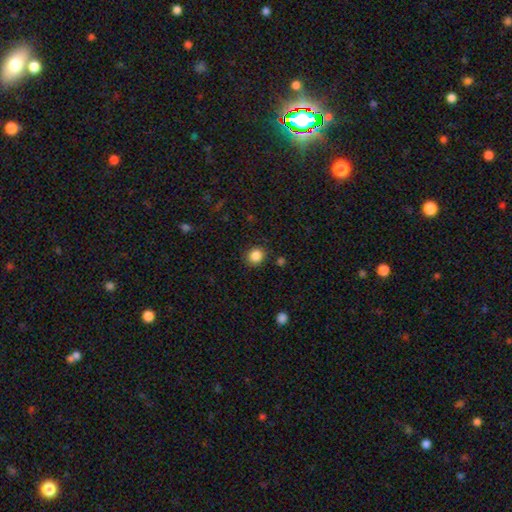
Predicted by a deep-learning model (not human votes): A smooth galaxy with no disk features (86%) that is round (86%). Merging: none (88%).